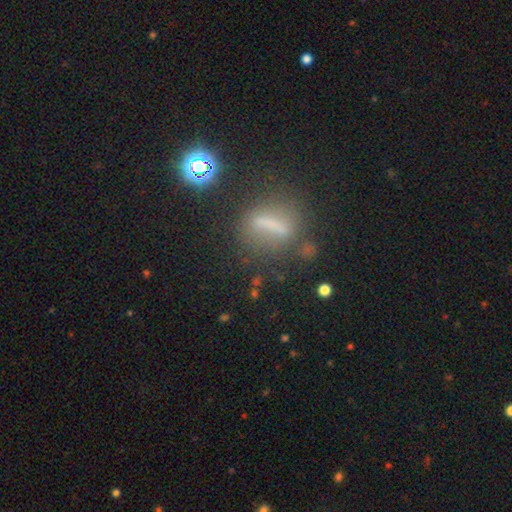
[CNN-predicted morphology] A featured or disk galaxy (39%).

Vote fractions:
- Smooth or featured? featured or disk: 39% / smooth: 34% / star or artifact: 27%
- Merging? none: 64% / minor disturbance: 16% / major disturbance: 12% / merger: 7%